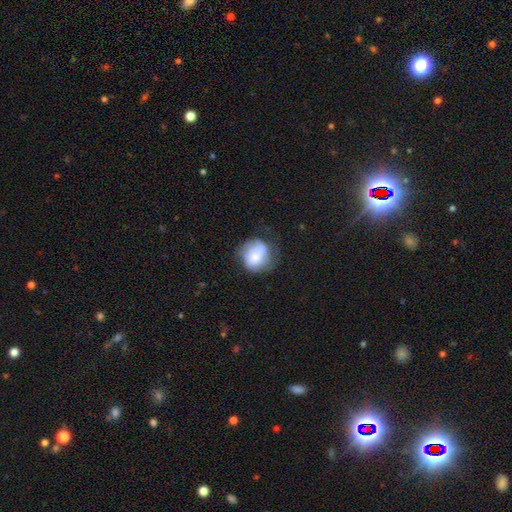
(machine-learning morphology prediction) Smooth or featured?
  - smooth: 55% *
  - featured or disk: 37%
  - star or artifact: 8%
How rounded?
  - round: 73% *
  - in between: 27%
  - cigar-shaped: 1%
Merging?
  - none: 52% *
  - minor disturbance: 29%
  - major disturbance: 17%
  - merger: 2%